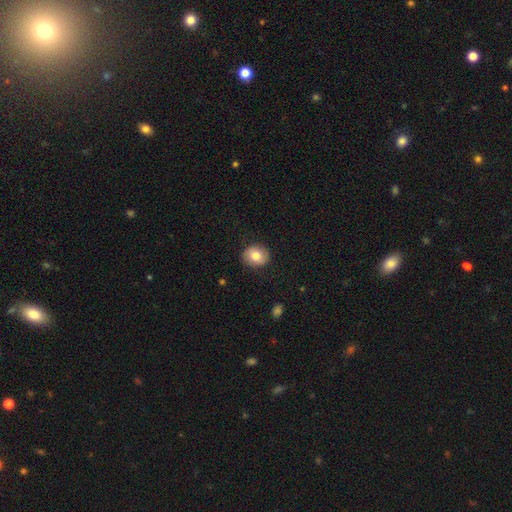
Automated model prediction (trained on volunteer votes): Overall: smooth (76%). How rounded: round (65%; in between 34%). Merging: none (86%).